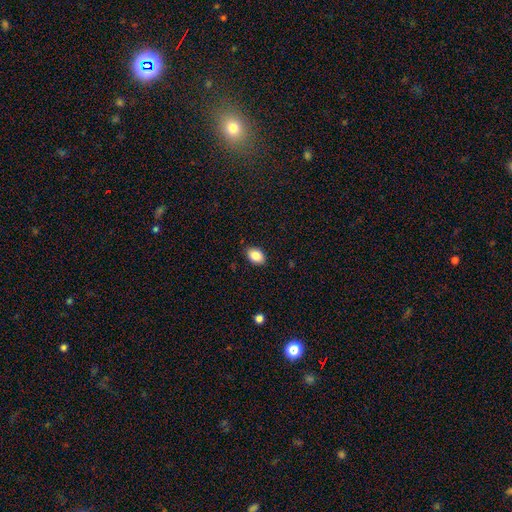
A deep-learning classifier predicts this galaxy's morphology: Smooth or featured?
  - smooth: 86% *
  - star or artifact: 8%
  - featured or disk: 5%
How rounded?
  - in between: 85% *
  - round: 14%
  - cigar-shaped: 1%
Merging?
  - none: 87% *
  - minor disturbance: 10%
  - major disturbance: 2%
  - merger: 1%